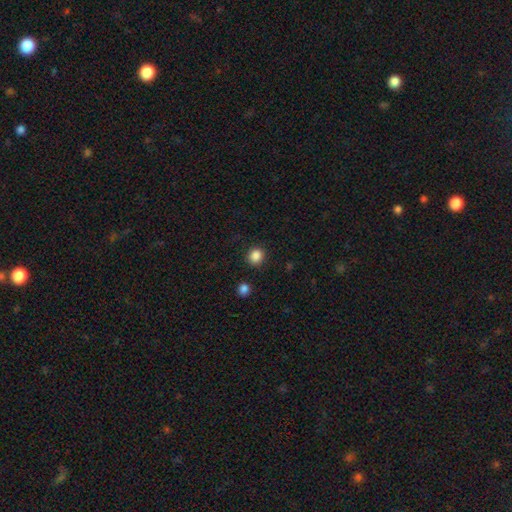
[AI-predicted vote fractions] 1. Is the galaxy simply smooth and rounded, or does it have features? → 86% smooth, 10% star or artifact, 3% featured or disk.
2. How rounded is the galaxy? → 86% round, 13% in between, 1% cigar-shaped.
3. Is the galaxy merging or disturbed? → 90% none, 6% minor disturbance, 2% major disturbance, 2% merger.